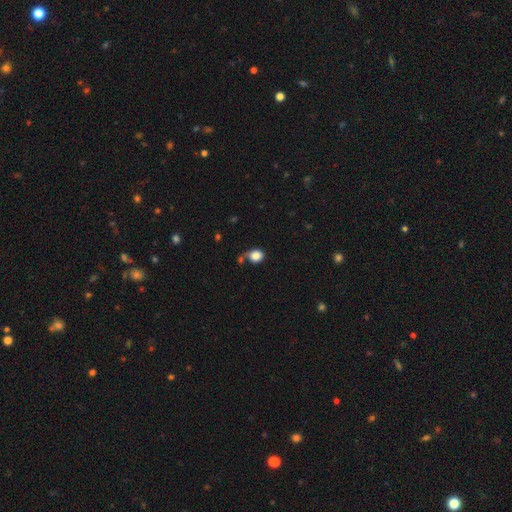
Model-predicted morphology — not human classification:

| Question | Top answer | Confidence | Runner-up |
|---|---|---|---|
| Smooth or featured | smooth | 84% | star or artifact (10%) |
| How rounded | round | 67% | in between (32%) |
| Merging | none | 57% | minor disturbance (21%) |